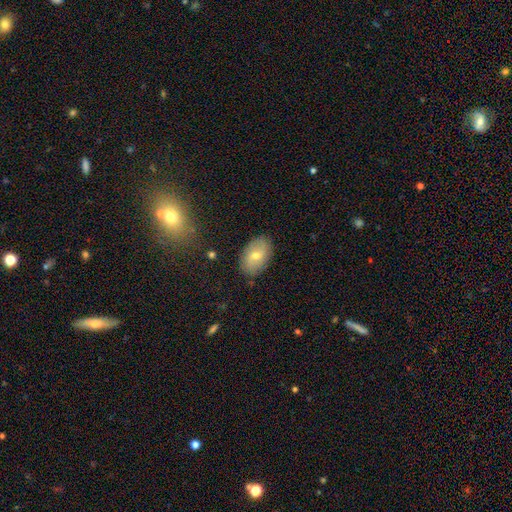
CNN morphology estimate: A smooth galaxy with no disk features (55%) that is in between round and cigar-shaped (91%).

Vote fractions:
- Smooth or featured? smooth: 55% / featured or disk: 36% / star or artifact: 9%
- How rounded? in between: 91% / round: 8% / cigar-shaped: 1%
- Merging? none: 84% / minor disturbance: 12% / major disturbance: 3% / merger: 1%